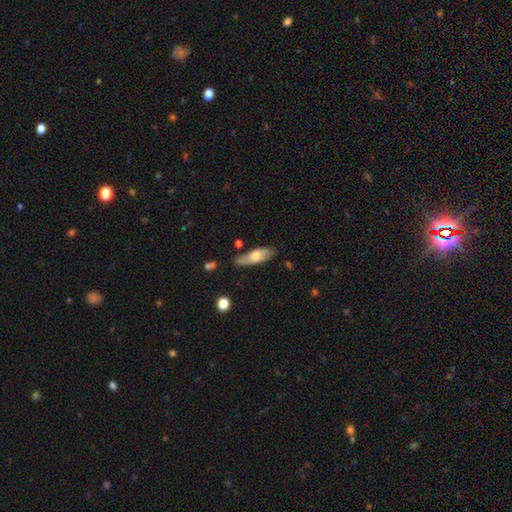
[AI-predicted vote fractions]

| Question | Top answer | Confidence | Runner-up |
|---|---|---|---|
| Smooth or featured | smooth | 65% | featured or disk (29%) |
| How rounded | in between | 56% | cigar-shaped (41%) |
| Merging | none | 76% | minor disturbance (18%) |